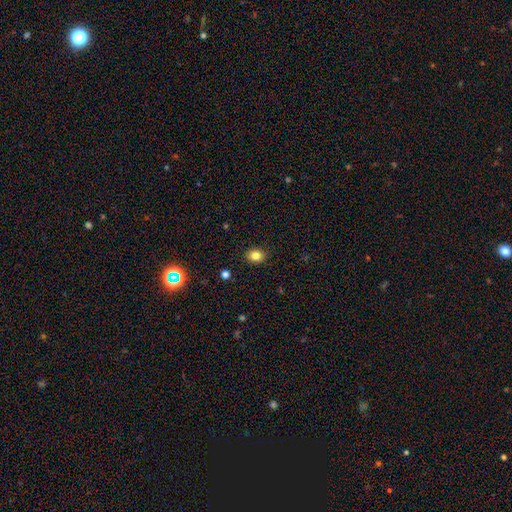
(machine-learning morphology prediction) Smooth or featured? smooth (82%)
How rounded? round (50%)
Merging? none (89%)